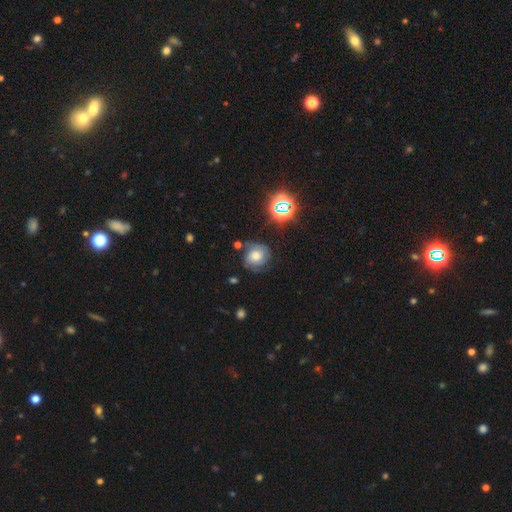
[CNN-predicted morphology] Smooth or featured: featured or disk — 47% (smooth — 37%)
Merging: none — 67% (minor disturbance — 20%)